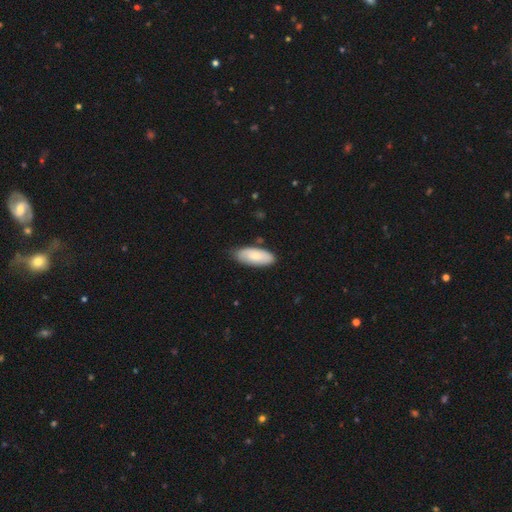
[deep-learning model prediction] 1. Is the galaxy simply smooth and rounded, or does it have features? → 76% smooth, 18% featured or disk, 5% star or artifact.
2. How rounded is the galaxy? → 86% in between, 12% cigar-shaped, 2% round.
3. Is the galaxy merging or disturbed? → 78% none, 18% minor disturbance, 3% major disturbance, 2% merger.